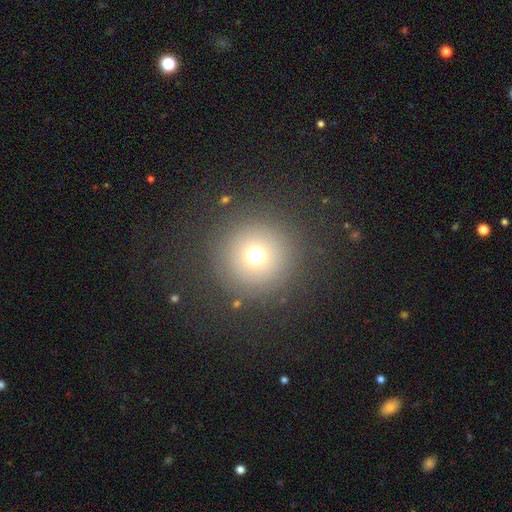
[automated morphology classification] type=smooth (68%); roundness=round (96%); merging=none (85%).